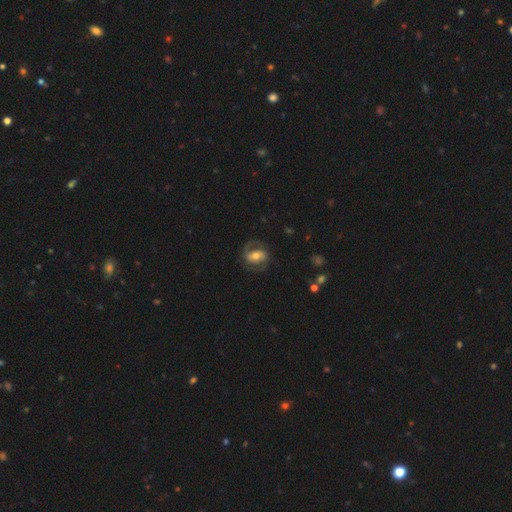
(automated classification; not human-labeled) smooth-or-featured: featured or disk: 76% | smooth: 18% | star or artifact: 6%
  disk-edge-on: no: 97% | yes: 3%
    bar: weak: 36% (tied) | strong: 36% (tied) | no: 28%
    has-spiral-arms: yes: 90% | no: 10%
      spiral-winding: medium: 52% | tight: 27% | loose: 21%
      spiral-arm-count: 2: 89% | can't tell: 5% | 1: 3% | 3: 1% | 4: 1% | more than 4: 1%
    bulge-size: moderate: 65% | small: 21% | large: 11% | none: 1% | dominant: 1%
  merging: none: 76% | minor disturbance: 13% | major disturbance: 9% | merger: 1%